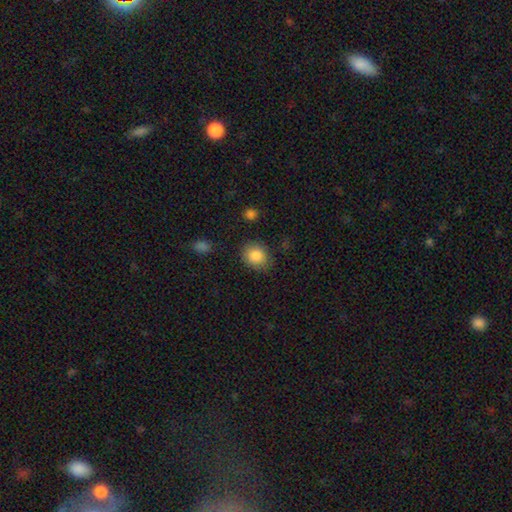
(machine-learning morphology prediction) smooth 86%, star or artifact 8%, featured or disk 6%. Down the decision tree: how rounded — round (59%); merging — none (81%).